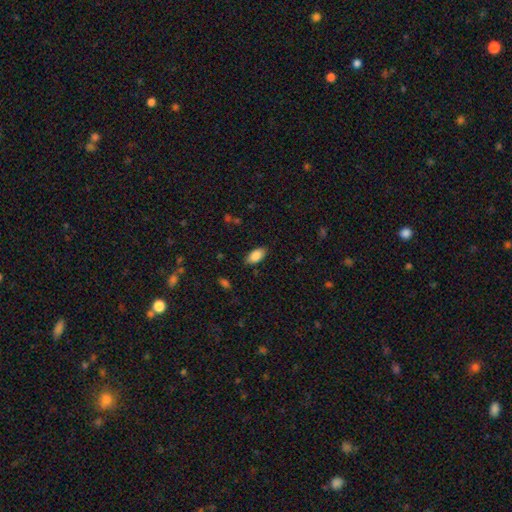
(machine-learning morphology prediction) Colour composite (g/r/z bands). It shows a smooth galaxy with no disk features (87%) that is in between round and cigar-shaped (93%). Merging: none (84%).